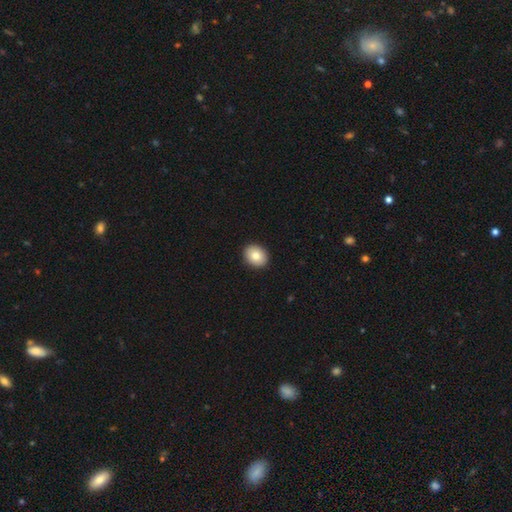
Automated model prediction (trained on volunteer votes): This is clearly a smooth galaxy (82%). How rounded: possibly in between (53%). Merging: clearly none (92%).